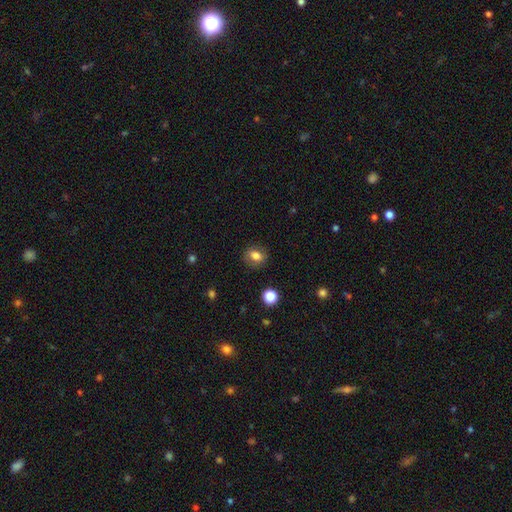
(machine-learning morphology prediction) Q: Smooth or featured?
A: smooth (78%); runner-up: featured or disk (12%)
Q: How rounded?
A: round (51%); runner-up: in between (47%)
Q: Merging?
A: none (84%); runner-up: minor disturbance (11%)